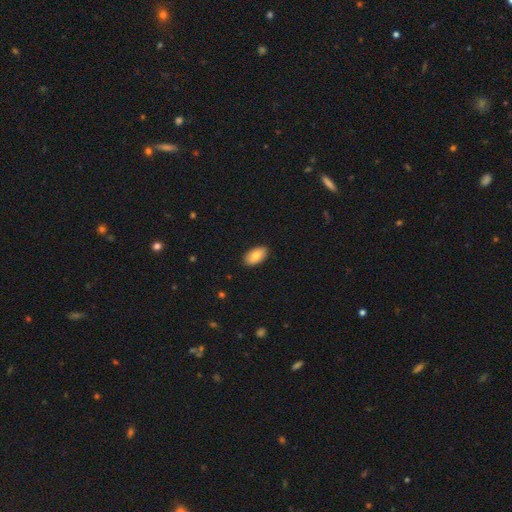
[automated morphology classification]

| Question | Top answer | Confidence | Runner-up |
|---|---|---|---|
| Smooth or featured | smooth | 81% | featured or disk (13%) |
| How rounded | in between | 94% | round (3%) |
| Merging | none | 89% | minor disturbance (8%) |